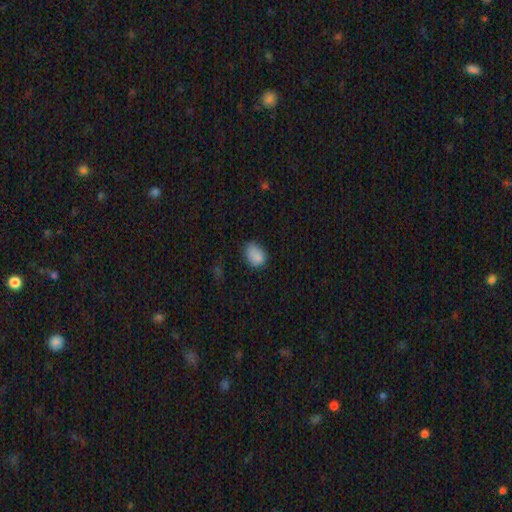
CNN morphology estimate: Smooth or featured? smooth (84%)
How rounded? in between (64%)
Merging? none (59%)